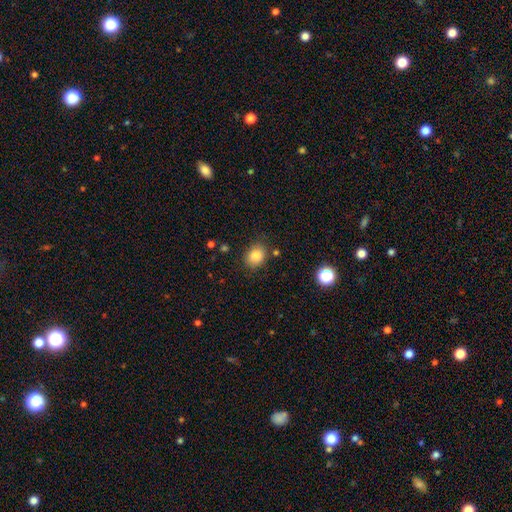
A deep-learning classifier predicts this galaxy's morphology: The model was most divided on "how rounded": round: 53%, in between: 46%, cigar-shaped: 1%. More confident: smooth or featured — smooth (85%); merging — none (82%).